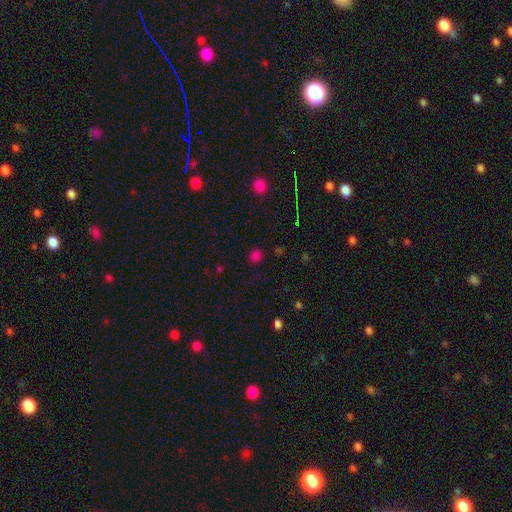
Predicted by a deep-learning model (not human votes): smooth-or-featured: smooth: 68% | star or artifact: 28% | featured or disk: 4%
  how-rounded: round: 77% | in between: 21% | cigar-shaped: 1%
  merging: none: 85% | minor disturbance: 9% | major disturbance: 3% | merger: 2%